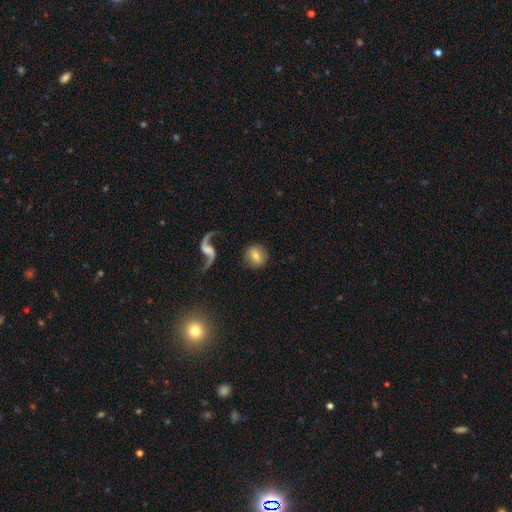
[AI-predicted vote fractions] This appears to be a smooth galaxy with no disk features (50%) that is round (83%). Merging: none (82%).